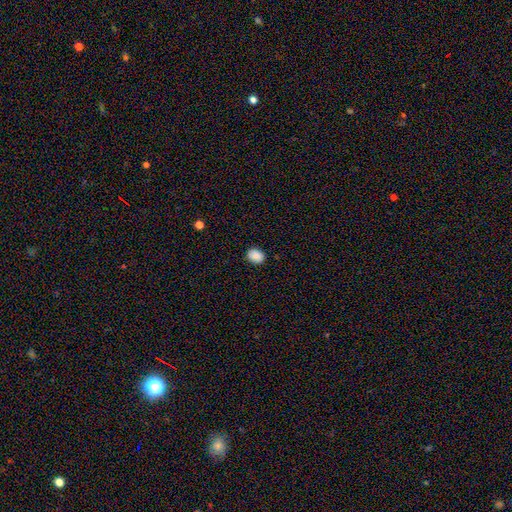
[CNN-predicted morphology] Smooth or featured?
  - smooth: 88% *
  - star or artifact: 8%
  - featured or disk: 3%
How rounded?
  - in between: 59% *
  - round: 40%
  - cigar-shaped: 1%
Merging?
  - none: 87% *
  - minor disturbance: 10%
  - major disturbance: 2%
  - merger: 1%